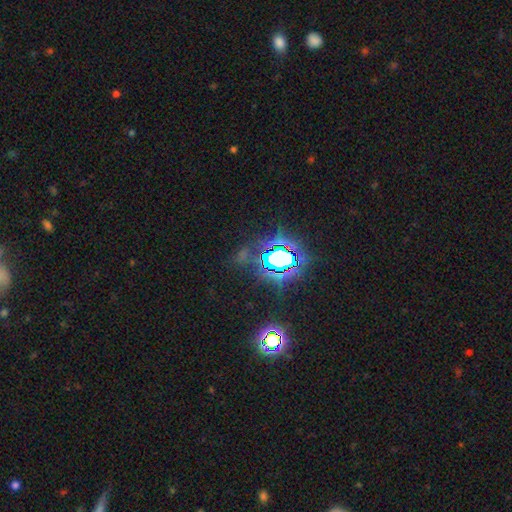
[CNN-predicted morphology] Smooth or featured? Predicted: star or artifact (p=0.81).